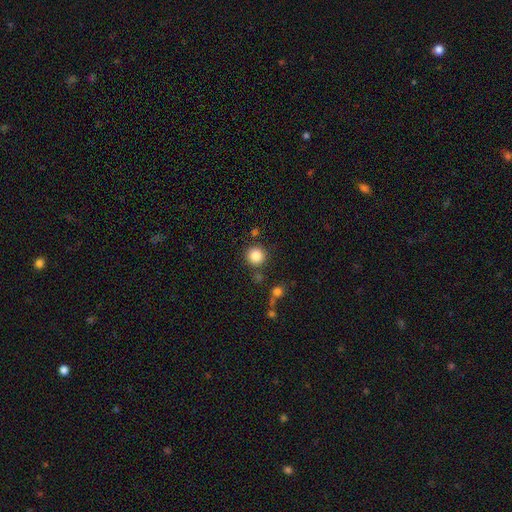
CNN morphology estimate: The model was most divided on "smooth or featured": smooth: 86%, star or artifact: 10%, featured or disk: 4%. More confident: how rounded — round (94%); merging — none (85%).